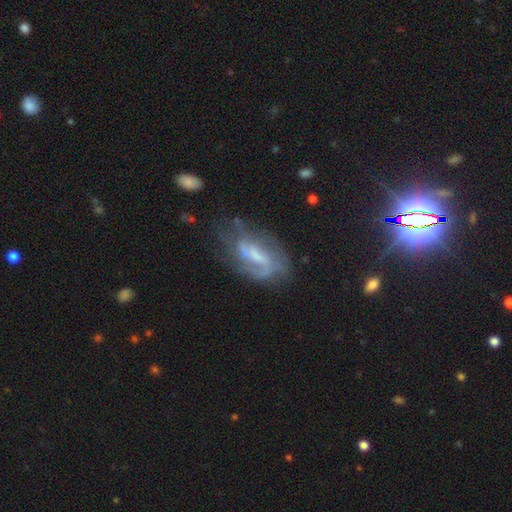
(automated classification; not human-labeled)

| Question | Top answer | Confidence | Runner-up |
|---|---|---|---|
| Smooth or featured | featured or disk | 72% | smooth (20%) |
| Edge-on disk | no | 94% | yes (6%) |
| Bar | weak | 49% | no (28%) |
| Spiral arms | yes | 81% | no (19%) |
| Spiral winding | medium | 41% | tight (30%) |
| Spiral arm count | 2 | 39% | can't tell (31%) |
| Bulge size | small | 39% | moderate (33%) |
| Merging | none | 51% | minor disturbance (25%) |